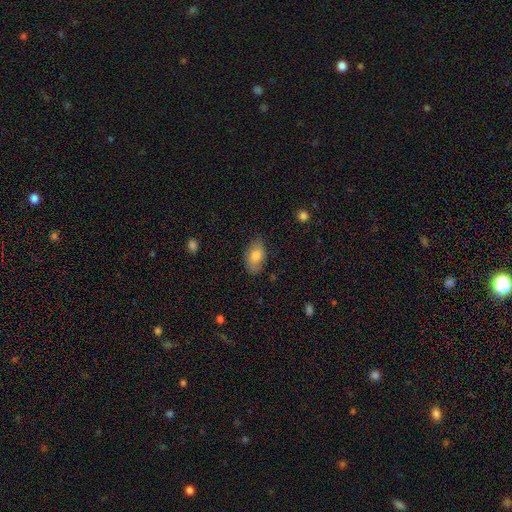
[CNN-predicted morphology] The model was most divided on "merging": none: 79%, minor disturbance: 16%, major disturbance: 3%, merger: 1%. More confident: how rounded — in between (91%); smooth or featured — smooth (79%).